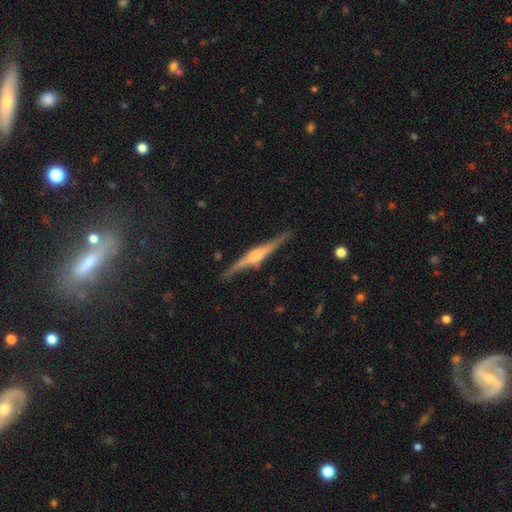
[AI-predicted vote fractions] Smooth or featured? Predicted: featured or disk (p=0.85). Edge-on disk? Predicted: yes (p=0.98). Edge-on bulge? Predicted: rounded (p=0.89). Merging? Predicted: none (p=0.89).